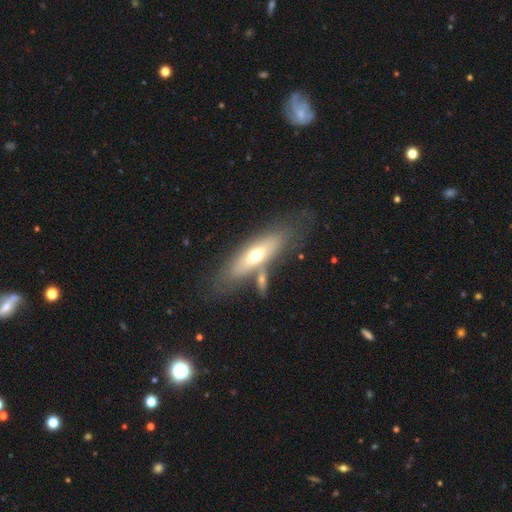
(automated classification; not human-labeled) This appears to be a smooth galaxy with no disk features (48%). Merging: none (59%).